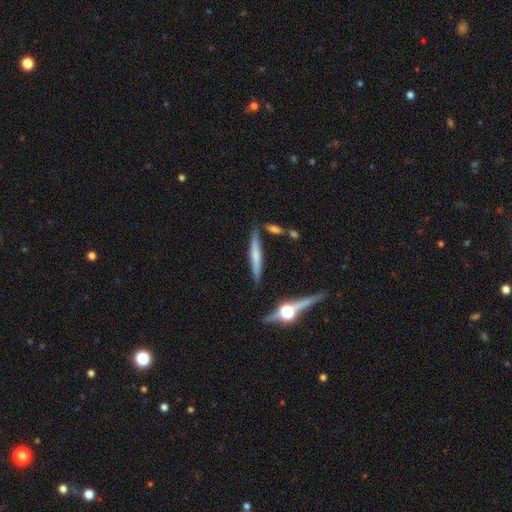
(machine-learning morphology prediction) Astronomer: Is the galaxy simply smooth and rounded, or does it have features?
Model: smooth — 51% (runner-up: featured or disk, 41%).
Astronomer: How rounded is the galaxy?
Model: cigar-shaped — 92%.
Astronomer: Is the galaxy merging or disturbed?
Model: none — 79%.